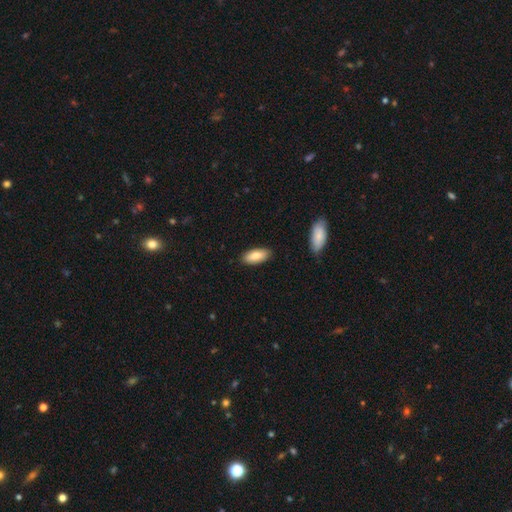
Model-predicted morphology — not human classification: A smooth galaxy with no disk features (82%) that is in between round and cigar-shaped (86%). Merging: none (87%).